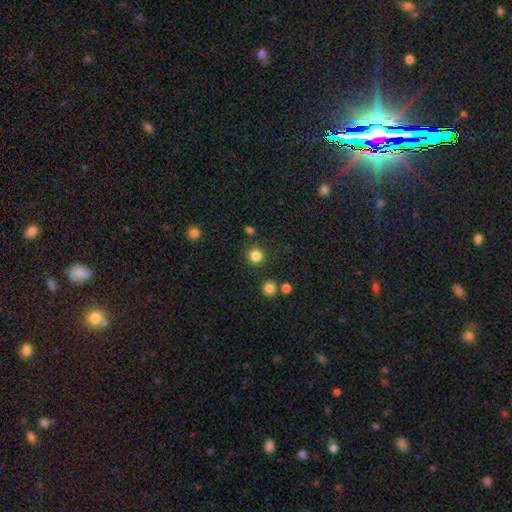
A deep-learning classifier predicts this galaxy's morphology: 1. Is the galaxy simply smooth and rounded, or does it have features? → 83% smooth, 13% star or artifact, 4% featured or disk.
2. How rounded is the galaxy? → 93% round, 6% in between, 1% cigar-shaped.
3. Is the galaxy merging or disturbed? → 86% none, 7% minor disturbance, 4% merger, 3% major disturbance.